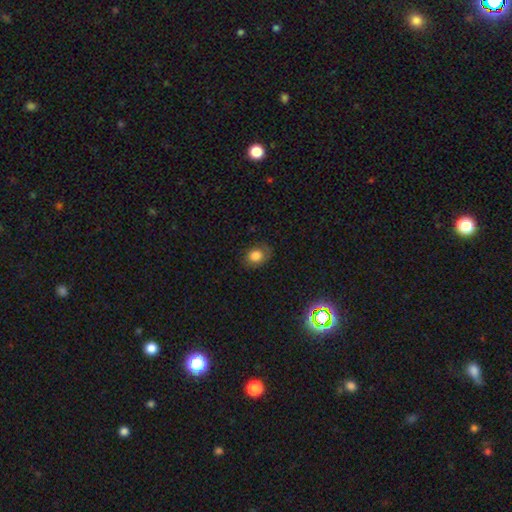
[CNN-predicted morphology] Smooth or featured? Predicted: smooth (p=0.79). How rounded? Predicted: in between (p=0.53). Merging? Predicted: none (p=0.73).